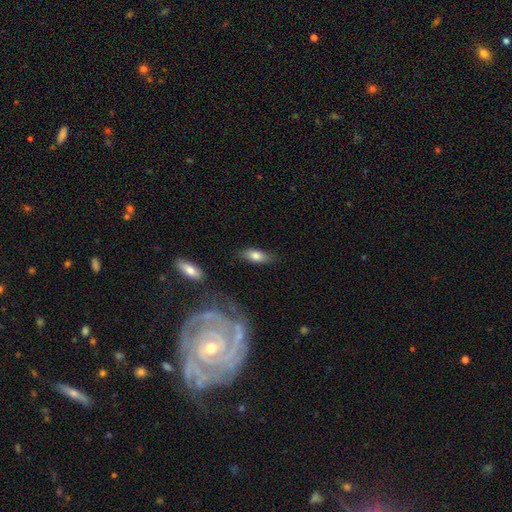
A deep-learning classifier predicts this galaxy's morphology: Smooth or featured?
  - smooth: 76% *
  - featured or disk: 17%
  - star or artifact: 7%
How rounded?
  - in between: 78% *
  - cigar-shaped: 19%
  - round: 3%
Merging?
  - none: 79% *
  - minor disturbance: 14%
  - major disturbance: 4%
  - merger: 3%